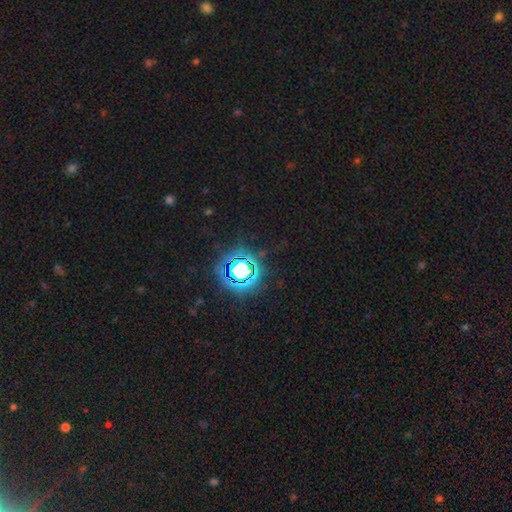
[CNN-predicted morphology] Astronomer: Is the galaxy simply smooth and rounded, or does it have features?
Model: star or artifact — 82%.